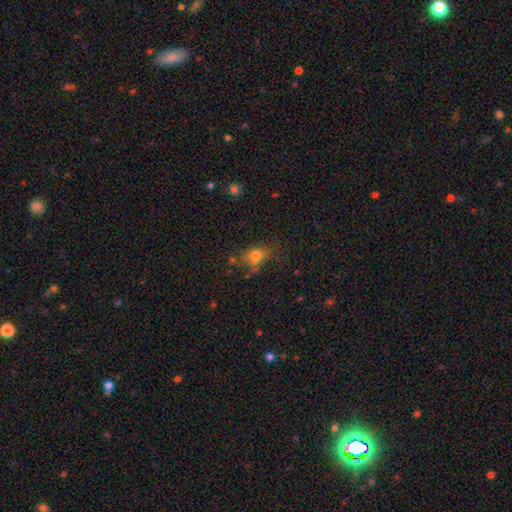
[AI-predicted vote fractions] Overall: smooth (69%). How rounded: round (50%; in between 47%). Merging: none (54%; minor disturbance 21%).